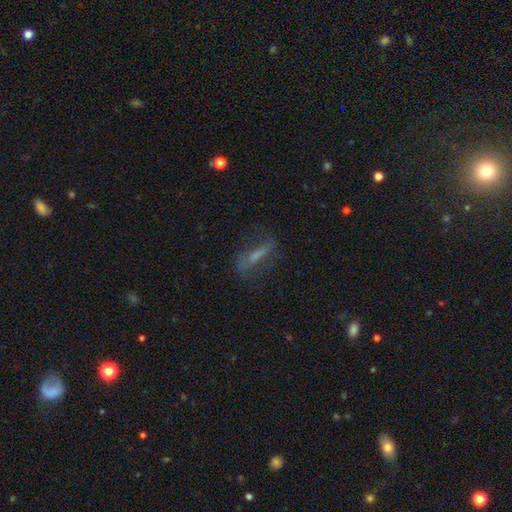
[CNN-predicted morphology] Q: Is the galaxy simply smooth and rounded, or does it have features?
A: featured or disk — 46%.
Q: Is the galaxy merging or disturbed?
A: none — 65%.